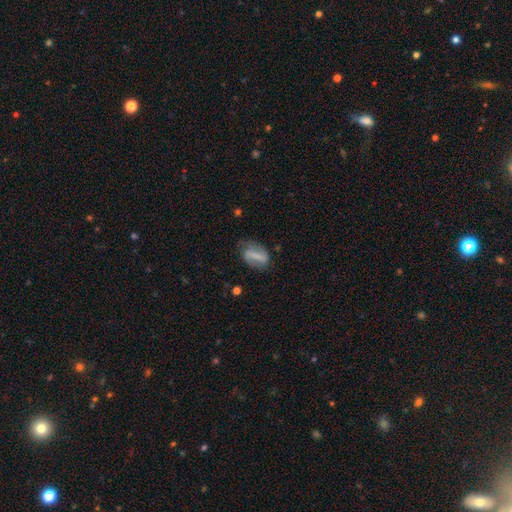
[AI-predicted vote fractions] Smooth or featured?
  - featured or disk: 52% *
  - smooth: 40%
  - star or artifact: 8%
Edge-on disk?
  - no: 93% *
  - yes: 7%
Merging?
  - none: 63% *
  - minor disturbance: 24%
  - major disturbance: 11%
  - merger: 2%